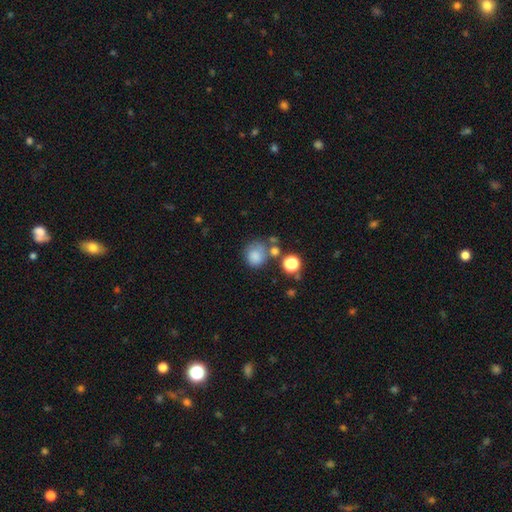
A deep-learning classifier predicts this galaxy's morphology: Smooth or featured: smooth — 78% (star or artifact — 12%)
How rounded: round — 78% (in between — 21%)
Merging: none — 52% (minor disturbance — 20%)